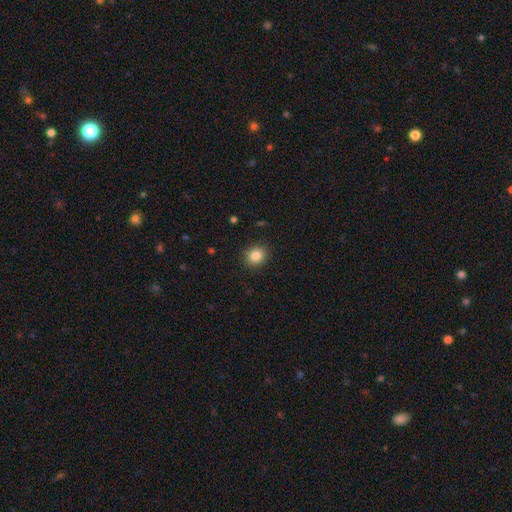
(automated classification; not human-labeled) Overall: smooth (84%). How rounded: round (75%). Merging: none (90%).